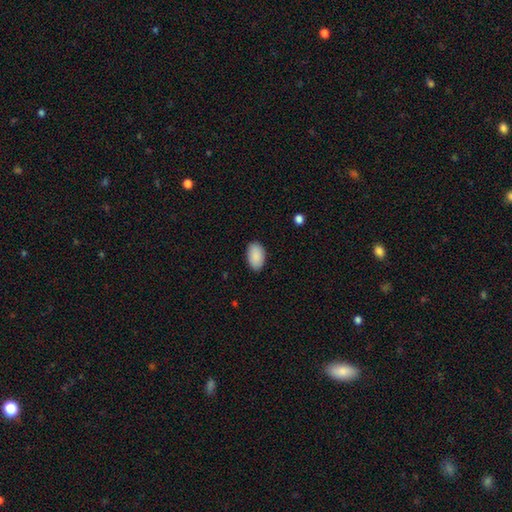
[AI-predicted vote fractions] Smooth or featured: smooth — 91% (star or artifact — 6%)
How rounded: in between — 94% (round — 5%)
Merging: none — 88% (minor disturbance — 9%)